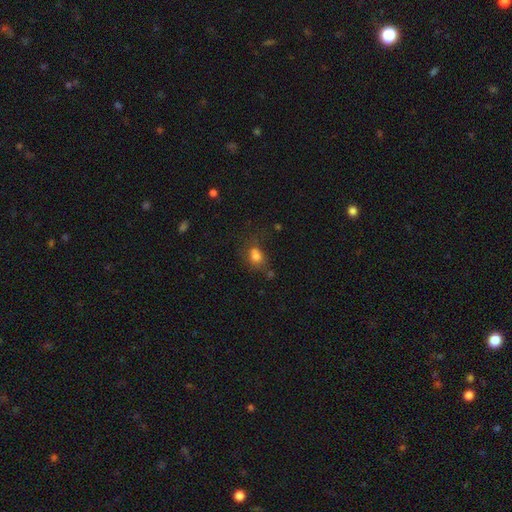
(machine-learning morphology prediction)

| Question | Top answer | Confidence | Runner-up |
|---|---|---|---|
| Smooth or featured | smooth | 75% | star or artifact (13%) |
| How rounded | in between | 52% | round (46%) |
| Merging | none | 47% | minor disturbance (22%) |